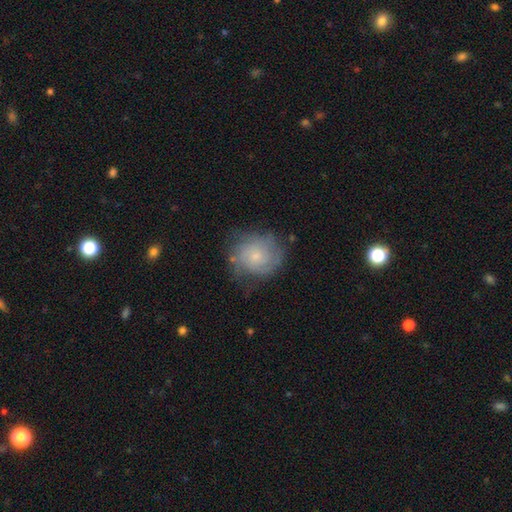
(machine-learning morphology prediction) Smooth or featured? Predicted: featured or disk (p=0.56). Edge-on disk? Predicted: no (p=0.98). Bar? Predicted: no (p=0.79). Spiral arms? Predicted: yes (p=0.83). Bulge size? Predicted: small (p=0.72). Merging? Predicted: none (p=0.64).